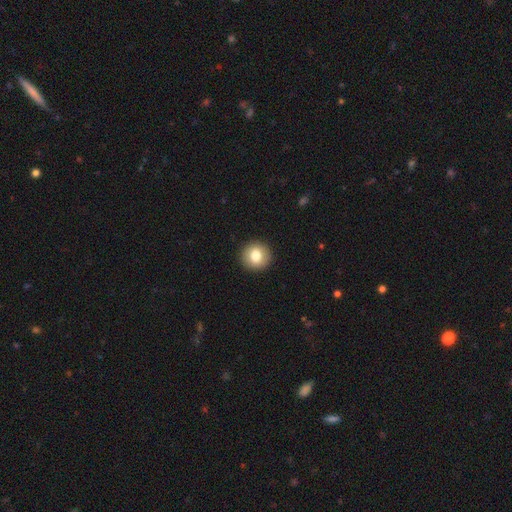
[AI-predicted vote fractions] Smooth or featured?
  - smooth: 80% *
  - featured or disk: 12%
  - star or artifact: 8%
How rounded?
  - round: 93% *
  - in between: 6%
  - cigar-shaped: 1%
Merging?
  - none: 92% *
  - minor disturbance: 5%
  - major disturbance: 2%
  - merger: 1%